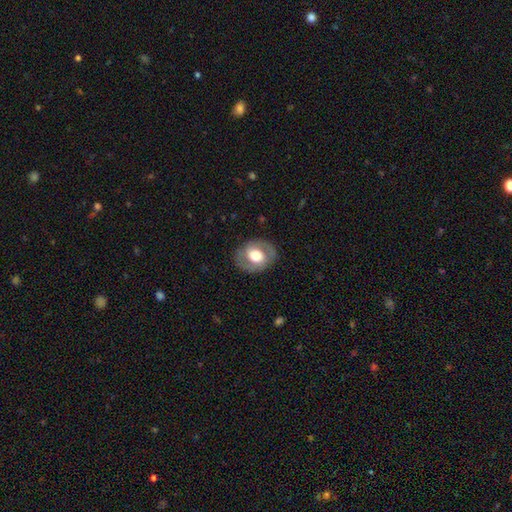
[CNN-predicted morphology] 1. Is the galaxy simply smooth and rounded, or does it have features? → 55% featured or disk, 39% smooth, 6% star or artifact.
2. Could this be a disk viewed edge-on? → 95% no, 5% yes.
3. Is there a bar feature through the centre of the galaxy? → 61% no, 27% weak, 12% strong.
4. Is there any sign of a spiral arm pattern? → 50% no (tied), 50% yes (tied).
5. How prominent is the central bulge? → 51% moderate, 40% large, 4% small, 4% dominant, 1% none.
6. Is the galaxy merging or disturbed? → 82% none, 11% minor disturbance, 5% major disturbance, 1% merger.